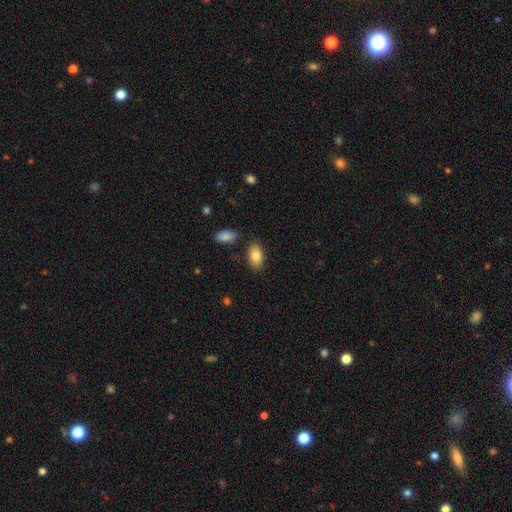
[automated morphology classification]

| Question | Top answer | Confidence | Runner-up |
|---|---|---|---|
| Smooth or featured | smooth | 82% | featured or disk (11%) |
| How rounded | in between | 93% | round (4%) |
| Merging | none | 84% | minor disturbance (10%) |